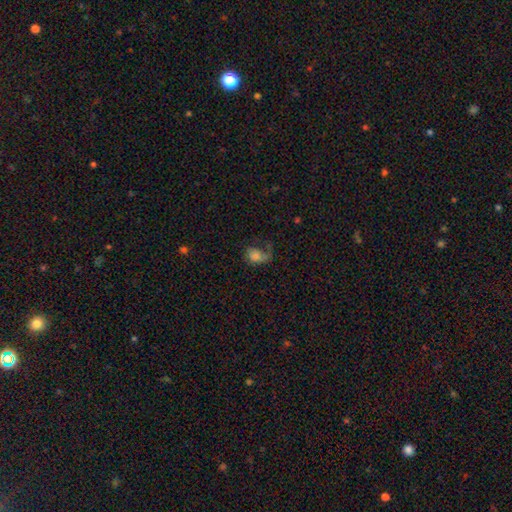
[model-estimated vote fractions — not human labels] The model was most divided on "merging": major disturbance: 44%, none: 31%, minor disturbance: 21%, merger: 4%. More confident: how rounded — in between (65%); smooth or featured — smooth (56%).